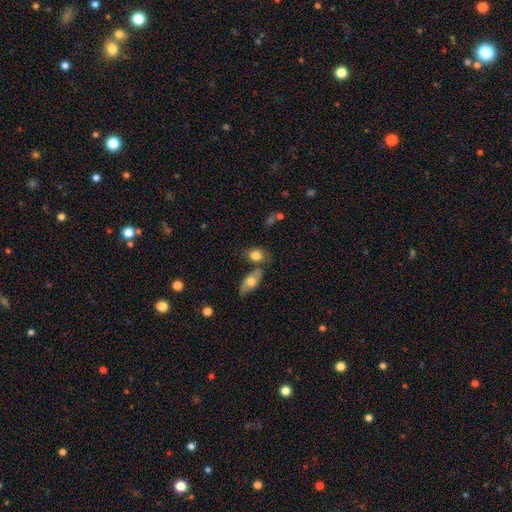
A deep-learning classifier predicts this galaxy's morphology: Smooth or featured: smooth — 77% (featured or disk — 16%)
How rounded: in between — 72% (round — 25%)
Merging: none — 50% (merger — 29%)